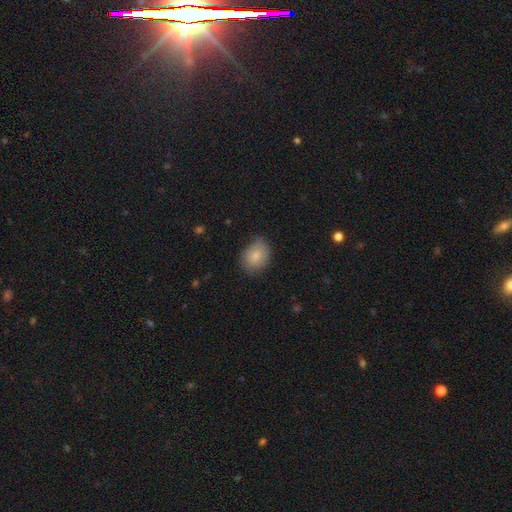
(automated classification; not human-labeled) Q: Smooth or featured?
A: smooth (78%); runner-up: featured or disk (15%)
Q: How rounded?
A: in between (60%); runner-up: round (39%)
Q: Merging?
A: none (65%); runner-up: minor disturbance (28%)